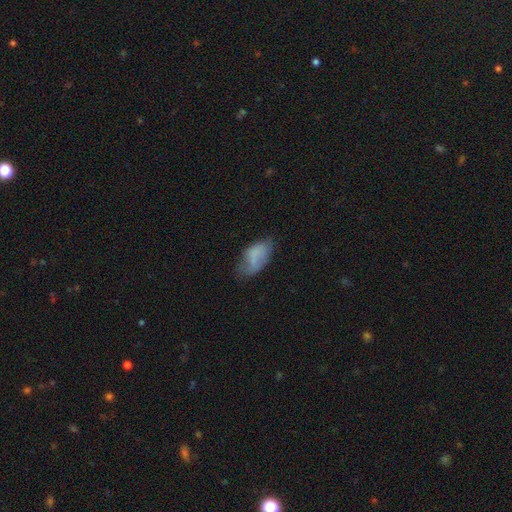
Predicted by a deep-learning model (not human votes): Q: Smooth or featured?
A: smooth (72%); runner-up: featured or disk (19%)
Q: How rounded?
A: in between (93%); runner-up: round (4%)
Q: Merging?
A: none (47%); runner-up: minor disturbance (35%)